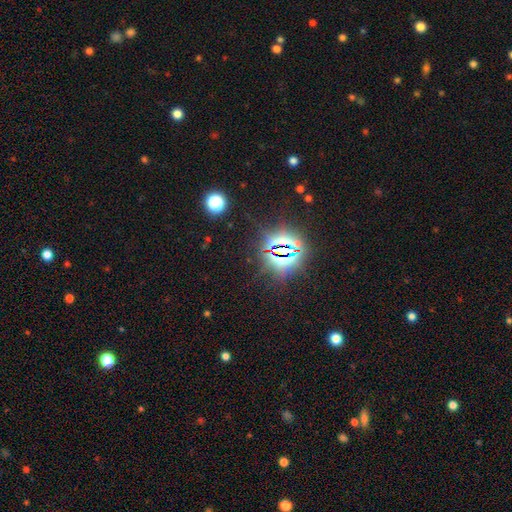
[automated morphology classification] The model was most divided on "smooth or featured": star or artifact: 84%, smooth: 10%, featured or disk: 6%.